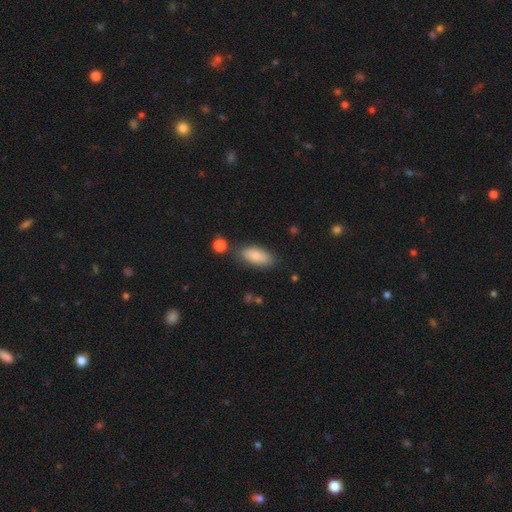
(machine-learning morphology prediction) A smooth galaxy with no disk features (84%) that is in between round and cigar-shaped (87%).

Vote fractions:
- Smooth or featured? smooth: 84% / featured or disk: 9% / star or artifact: 7%
- How rounded? in between: 87% / cigar-shaped: 11% / round: 3%
- Merging? none: 75% / minor disturbance: 16% / merger: 6% / major disturbance: 4%